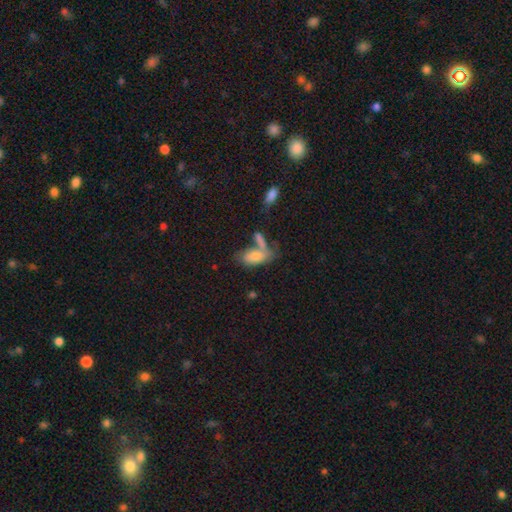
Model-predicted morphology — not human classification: The model was most divided on "merging": merger: 38%, none: 37%, minor disturbance: 16%, major disturbance: 9%. More confident: how rounded — in between (88%); smooth or featured — smooth (76%).